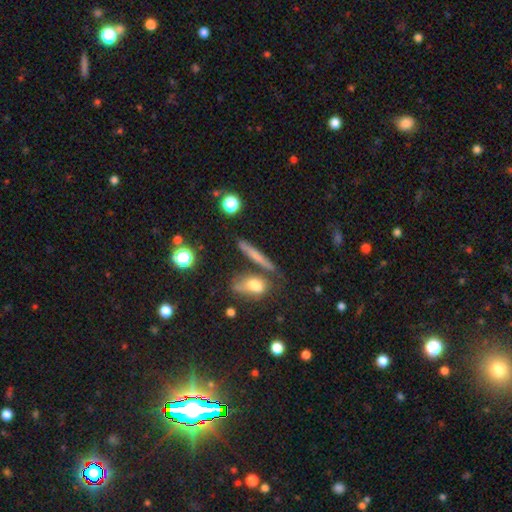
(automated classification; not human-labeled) The model was most divided on "smooth or featured": smooth: 58%, featured or disk: 30%, star or artifact: 12%. More confident: how rounded — cigar-shaped (73%); merging — none (69%).